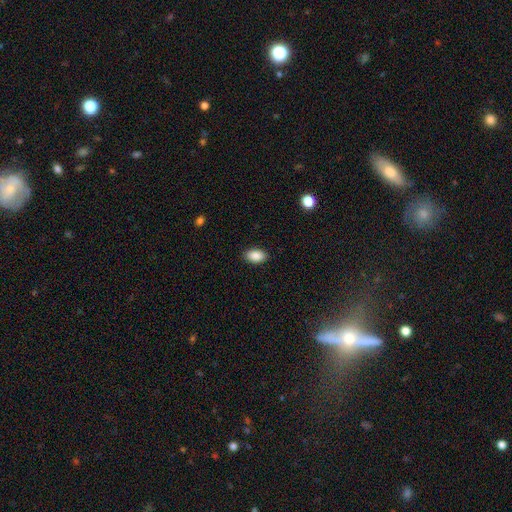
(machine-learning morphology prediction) smooth-or-featured: smooth: 89% | star or artifact: 7% | featured or disk: 4%
  how-rounded: in between: 92% | round: 7% | cigar-shaped: 1%
  merging: none: 89% | minor disturbance: 8% | major disturbance: 2% | merger: 1%